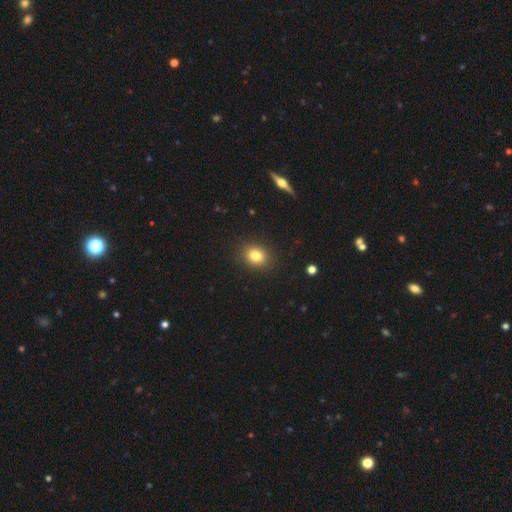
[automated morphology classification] A smooth galaxy with no disk features (82%) that is round (55%).

Vote fractions:
- Smooth or featured? smooth: 82% / star or artifact: 11% / featured or disk: 7%
- How rounded? round: 55% / in between: 44% / cigar-shaped: 1%
- Merging? none: 89% / minor disturbance: 7% / major disturbance: 2% / merger: 1%